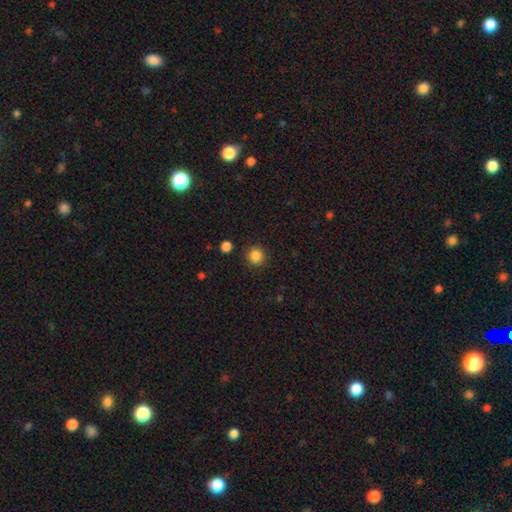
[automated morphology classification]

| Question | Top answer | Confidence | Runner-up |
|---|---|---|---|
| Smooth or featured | smooth | 85% | star or artifact (11%) |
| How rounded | round | 93% | in between (6%) |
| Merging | none | 89% | minor disturbance (6%) |